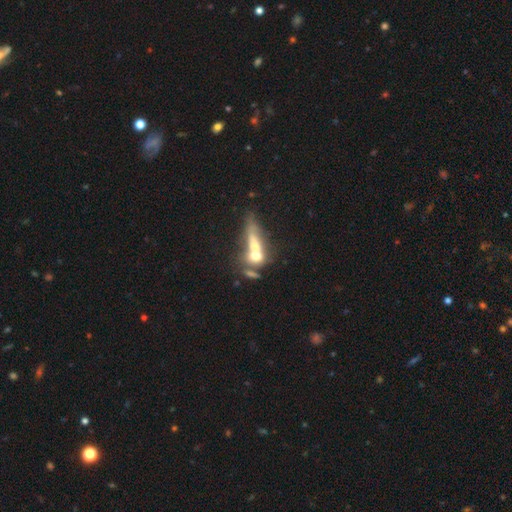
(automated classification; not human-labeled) This appears to be a smooth galaxy with no disk features (47%). Merging: merger (58%).